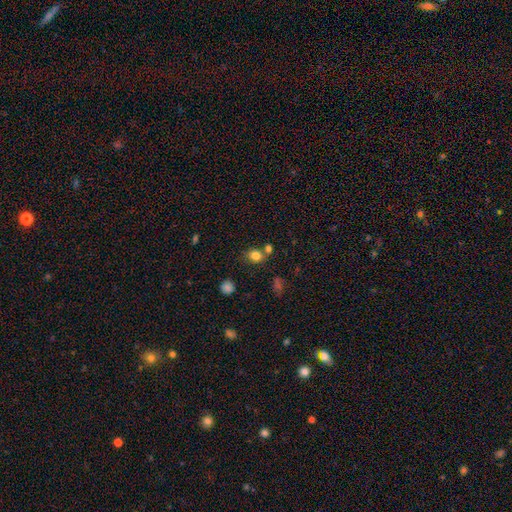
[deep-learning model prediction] smooth_or_featured: smooth (p=0.81) [alt: star or artifact p=0.12]
how_rounded: round (p=0.51) [alt: in between p=0.48]
merging: none (p=0.63) [alt: merger p=0.19]